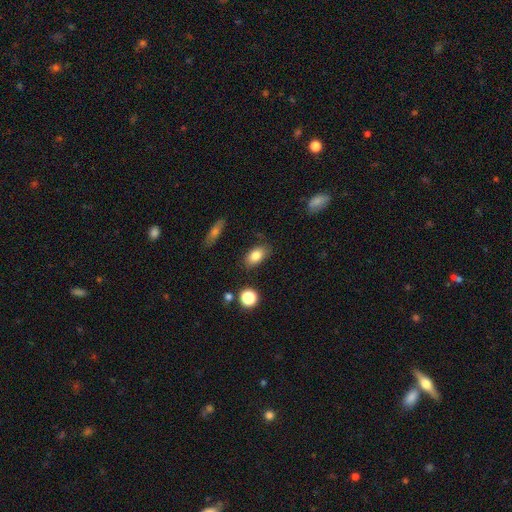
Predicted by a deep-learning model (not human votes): smooth-or-featured: smooth: 82% | featured or disk: 9% | star or artifact: 9%
  how-rounded: in between: 87% | round: 11% | cigar-shaped: 3%
  merging: none: 80% | minor disturbance: 14% | major disturbance: 3% | merger: 2%